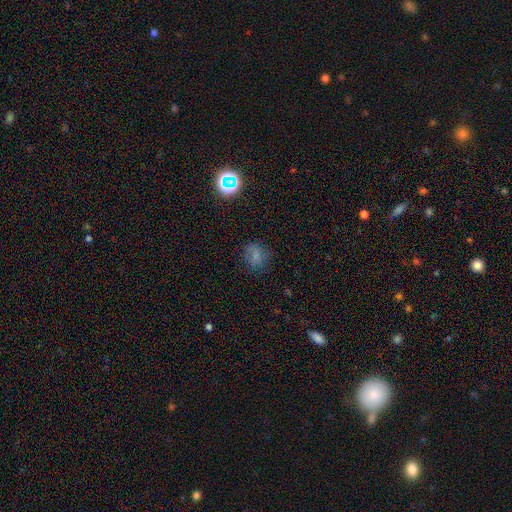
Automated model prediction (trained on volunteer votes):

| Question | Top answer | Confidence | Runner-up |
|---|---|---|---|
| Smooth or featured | smooth | 68% | star or artifact (20%) |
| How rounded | round | 63% | in between (36%) |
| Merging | none | 73% | minor disturbance (18%) |